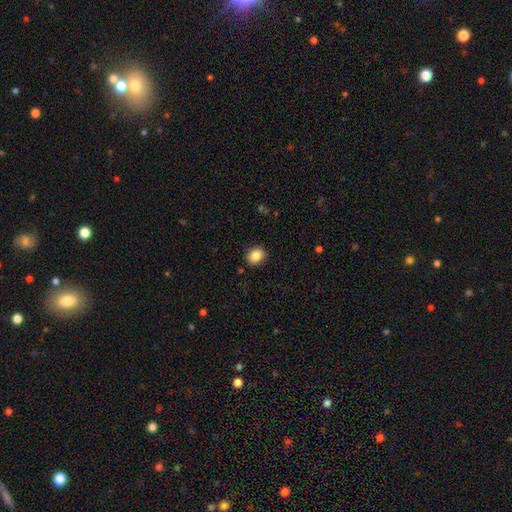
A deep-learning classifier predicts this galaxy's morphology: Smooth or featured?
  - smooth: 86% *
  - star or artifact: 9%
  - featured or disk: 5%
How rounded?
  - round: 54% *
  - in between: 46%
  - cigar-shaped: 1%
Merging?
  - none: 87% *
  - minor disturbance: 9%
  - major disturbance: 2%
  - merger: 1%